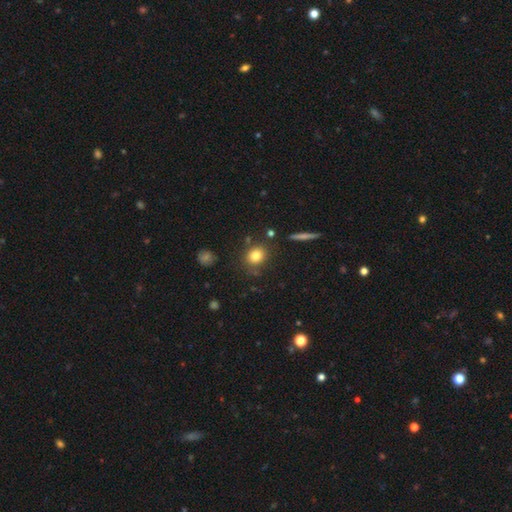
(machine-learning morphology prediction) Smooth or featured? smooth (80%)
How rounded? round (63%)
Merging? none (80%)